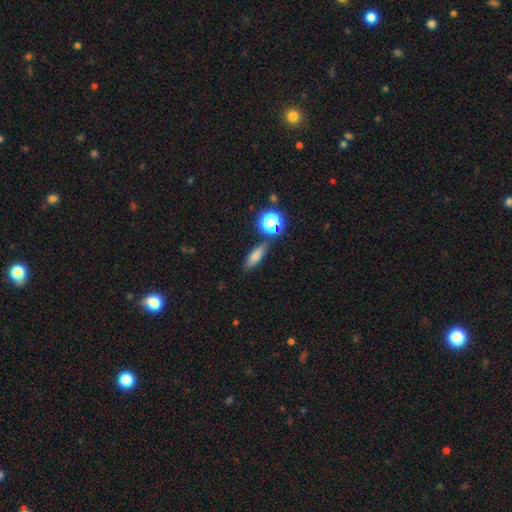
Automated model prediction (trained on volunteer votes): smooth-or-featured: smooth: 74% | star or artifact: 15% | featured or disk: 11%
  how-rounded: in between: 48% | cigar-shaped: 42% | round: 10%
  merging: none: 78% | minor disturbance: 11% | merger: 7% | major disturbance: 3%